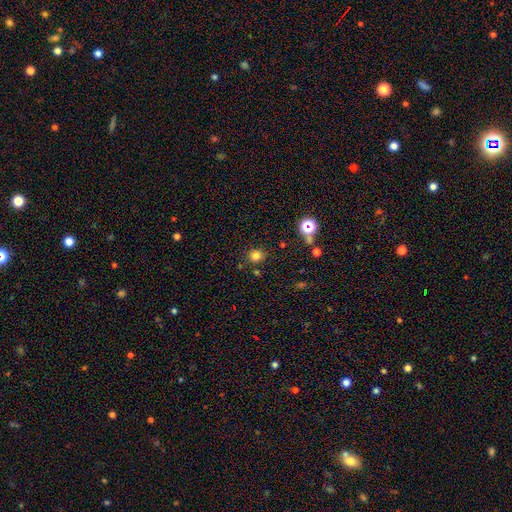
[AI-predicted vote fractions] This is likely a smooth galaxy (79%). How rounded: clearly round (84%). Merging: clearly none (83%).